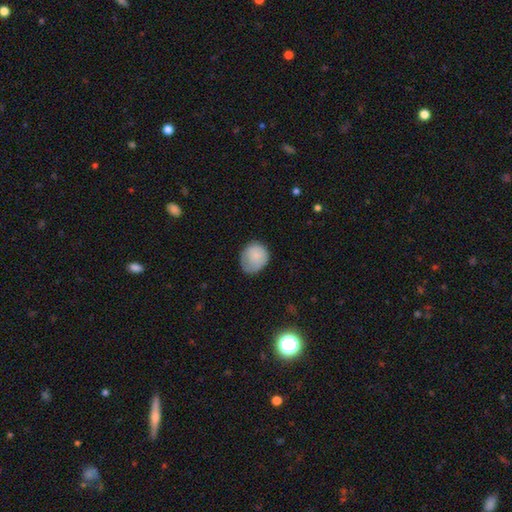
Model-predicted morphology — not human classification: Smooth or featured? smooth (83%)
How rounded? round (69%)
Merging? none (58%)